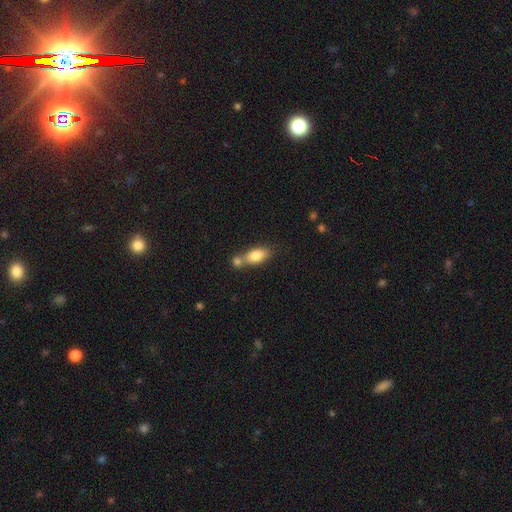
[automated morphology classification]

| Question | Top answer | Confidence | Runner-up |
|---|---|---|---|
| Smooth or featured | smooth | 80% | featured or disk (13%) |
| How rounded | in between | 83% | cigar-shaped (11%) |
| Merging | merger | 43% | none (42%) |